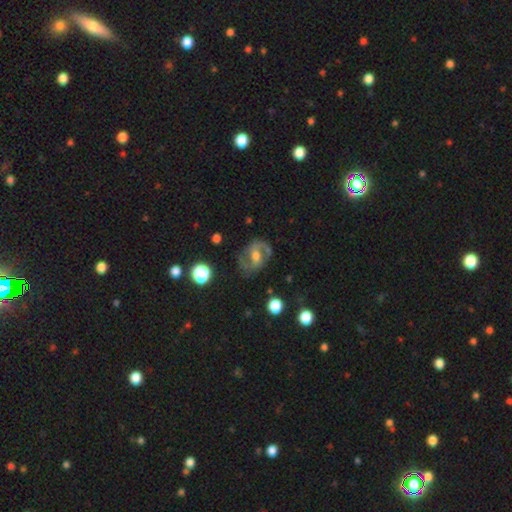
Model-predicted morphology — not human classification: smooth-or-featured: featured or disk: 76% | smooth: 15% | star or artifact: 9%
  disk-edge-on: no: 96% | yes: 4%
    bar: weak: 46% | no: 29% | strong: 25%
    has-spiral-arms: yes: 89% | no: 11%
      spiral-winding: medium: 56% | loose: 22% | tight: 22%
      spiral-arm-count: 2: 87% | can't tell: 6% | 1: 3% | 3: 2% | 4: 1% | more than 4: 1%
    bulge-size: moderate: 60% | small: 24% | large: 11% | none: 4% | dominant: 1%
  merging: none: 75% | minor disturbance: 15% | major disturbance: 8% | merger: 2%